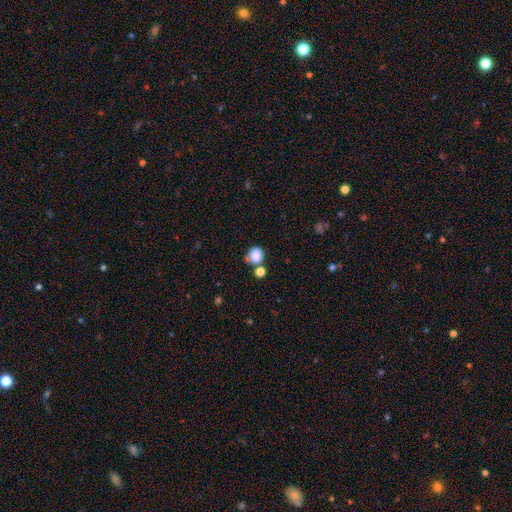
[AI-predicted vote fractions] This is clearly a smooth galaxy (84%). How rounded: likely round (72%). Merging: possibly none (59%).